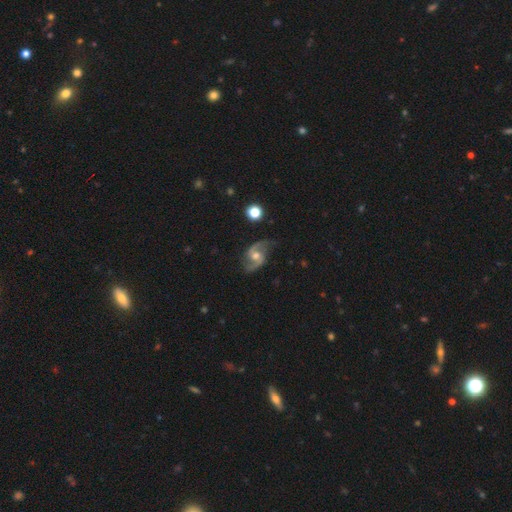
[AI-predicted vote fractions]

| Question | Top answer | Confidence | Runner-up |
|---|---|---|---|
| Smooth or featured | featured or disk | 89% | smooth (6%) |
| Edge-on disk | no | 98% | yes (2%) |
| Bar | no | 49% | weak (41%) |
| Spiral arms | yes | 97% | no (3%) |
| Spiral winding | loose | 55% | medium (38%) |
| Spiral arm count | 2 | 94% | can't tell (2%) |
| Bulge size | moderate | 69% | small (20%) |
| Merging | none | 78% | minor disturbance (15%) |